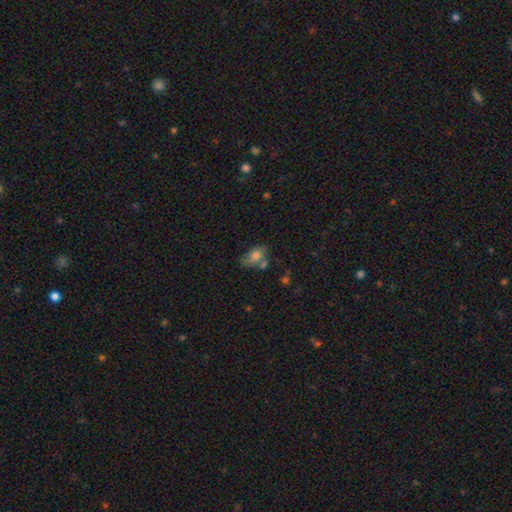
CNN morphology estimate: Smooth or featured? smooth (70%)
How rounded? in between (84%)
Merging? none (42%)